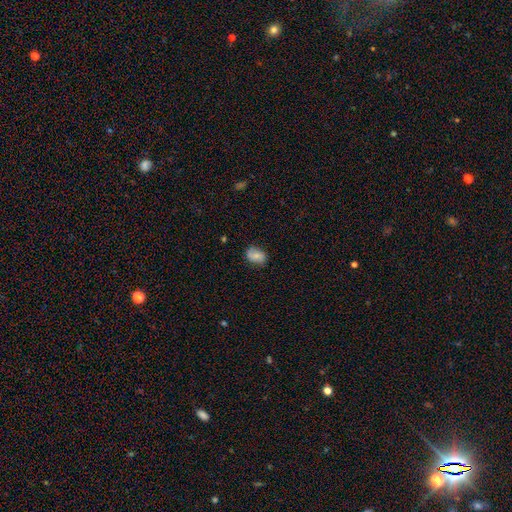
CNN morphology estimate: Smooth or featured? Predicted: smooth (p=0.71). How rounded? Predicted: in between (p=0.73). Merging? Predicted: none (p=0.74).